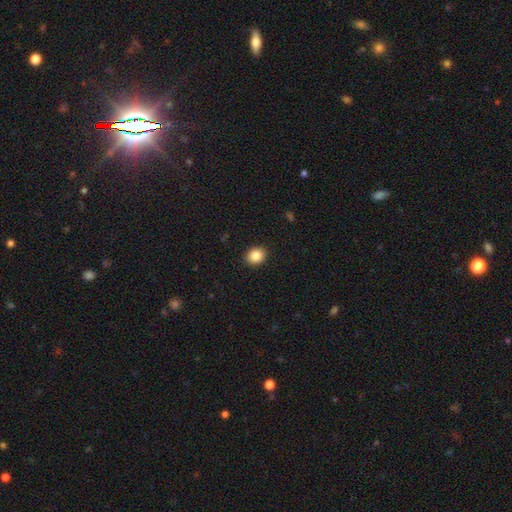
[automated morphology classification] This is clearly a smooth galaxy (86%). How rounded: possibly round (59%). Merging: clearly none (91%).